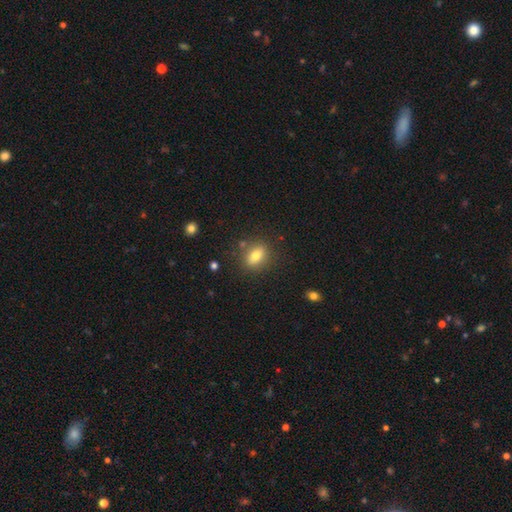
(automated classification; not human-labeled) Smooth or featured: smooth — 76% (featured or disk — 14%)
How rounded: in between — 68% (round — 29%)
Merging: none — 82% (minor disturbance — 11%)